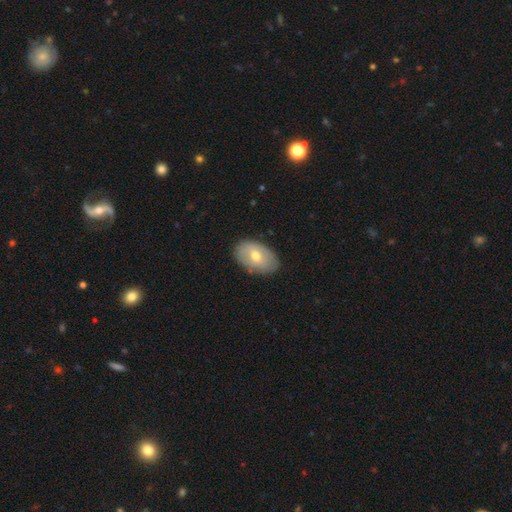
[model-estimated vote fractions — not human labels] Smooth or featured: smooth — 57% (featured or disk — 36%)
How rounded: in between — 89% (round — 9%)
Merging: none — 82% (minor disturbance — 14%)